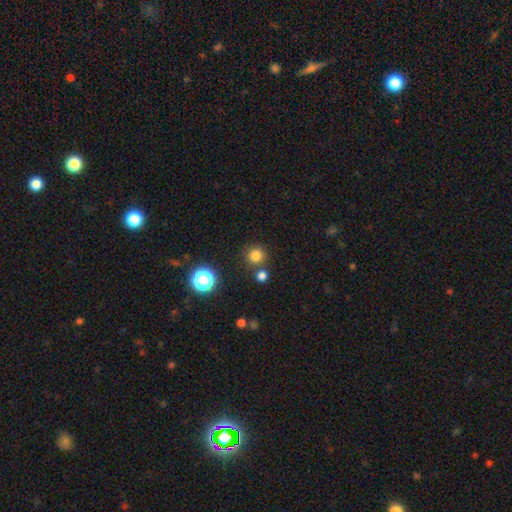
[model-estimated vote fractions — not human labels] smooth-or-featured: smooth: 78% | star or artifact: 17% | featured or disk: 5%
  how-rounded: round: 93% | in between: 6% | cigar-shaped: 1%
  merging: none: 78% | merger: 11% | minor disturbance: 7% | major disturbance: 3%